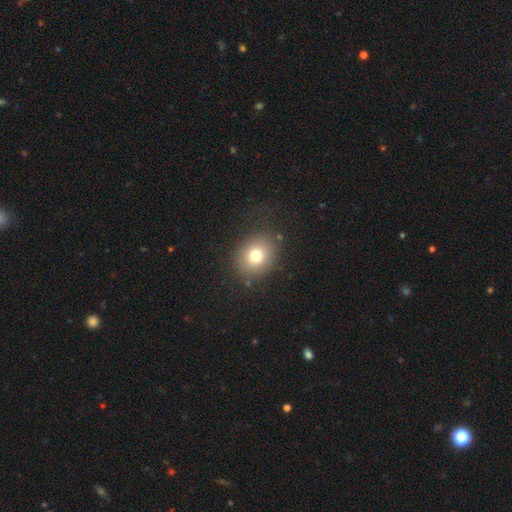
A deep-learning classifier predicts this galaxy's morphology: smooth_or_featured: smooth (p=0.75) [alt: featured or disk p=0.12]
how_rounded: round (p=0.61) [alt: in between p=0.38]
merging: none (p=0.78) [alt: minor disturbance p=0.13]